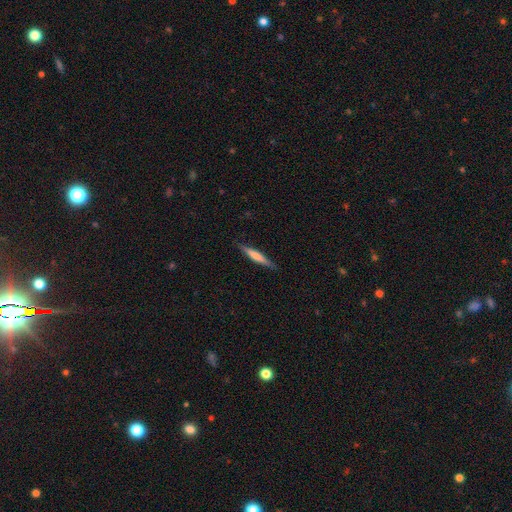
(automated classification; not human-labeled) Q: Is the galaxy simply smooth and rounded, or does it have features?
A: smooth — 51%.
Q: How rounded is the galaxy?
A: cigar-shaped — 93%.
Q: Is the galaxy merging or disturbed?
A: none — 88%.